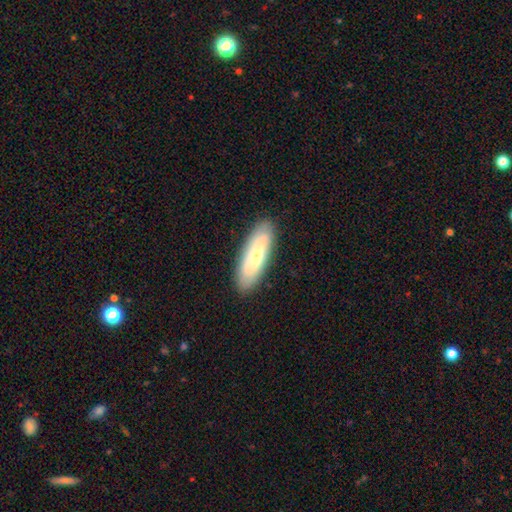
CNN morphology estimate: The model was most divided on "how rounded": cigar-shaped: 53%, in between: 45%, round: 2%. More confident: merging — none (89%); smooth or featured — smooth (67%).